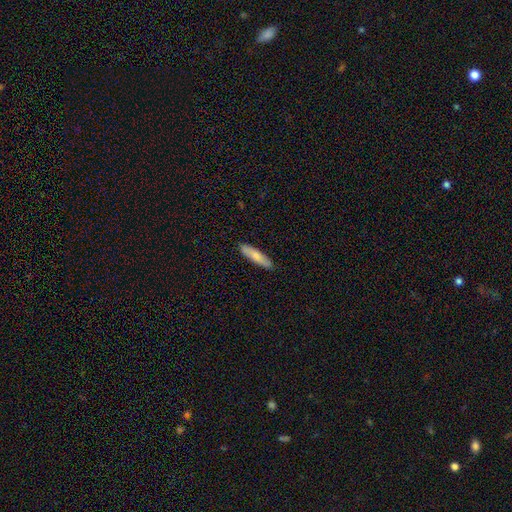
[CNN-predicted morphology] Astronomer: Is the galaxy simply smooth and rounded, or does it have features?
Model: smooth — 75%.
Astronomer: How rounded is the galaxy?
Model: cigar-shaped — 72%.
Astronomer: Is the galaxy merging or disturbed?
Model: none — 89%.